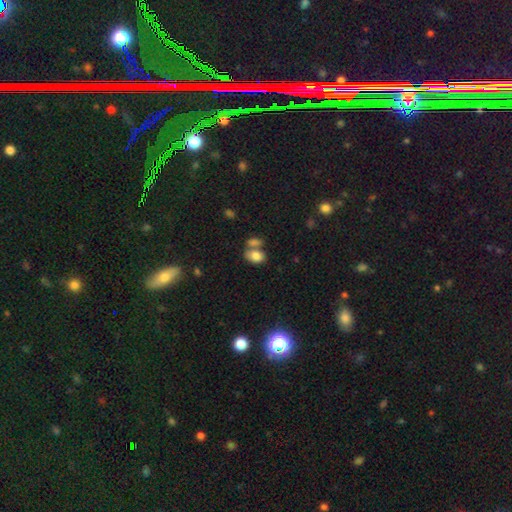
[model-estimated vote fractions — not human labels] Morphology: type=smooth (81%); roundness=in between (83%); merging=none (43%).